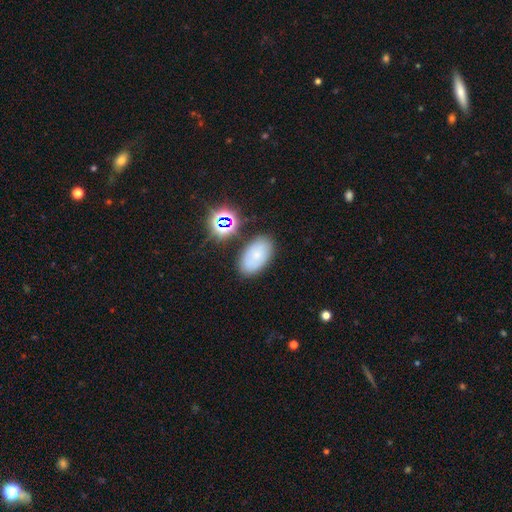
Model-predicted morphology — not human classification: Overall: smooth (67%). How rounded: in between (92%). Merging: none (78%).